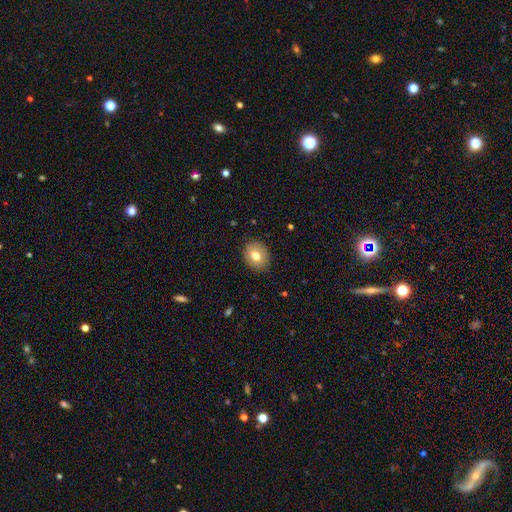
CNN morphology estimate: Smooth or featured? smooth (75%)
How rounded? round (53%)
Merging? none (89%)